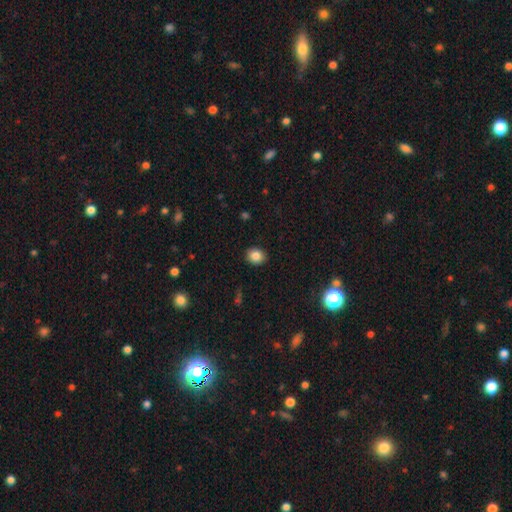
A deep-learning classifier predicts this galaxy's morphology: Overall: smooth (85%). How rounded: round (60%; in between 39%). Merging: none (90%).